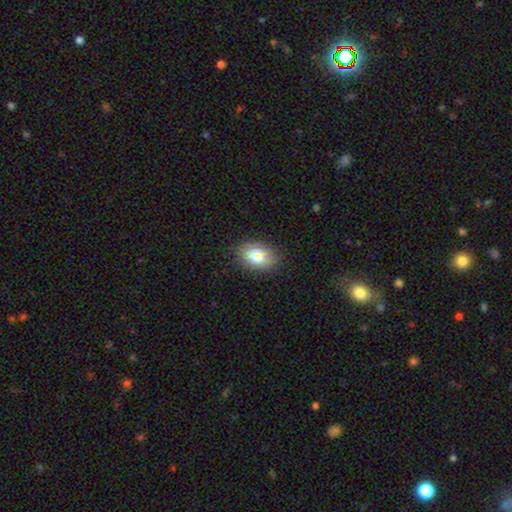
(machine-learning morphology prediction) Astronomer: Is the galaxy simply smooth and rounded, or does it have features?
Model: smooth — 80%.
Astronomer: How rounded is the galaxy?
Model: in between — 84%.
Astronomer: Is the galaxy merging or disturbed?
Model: none — 80%.